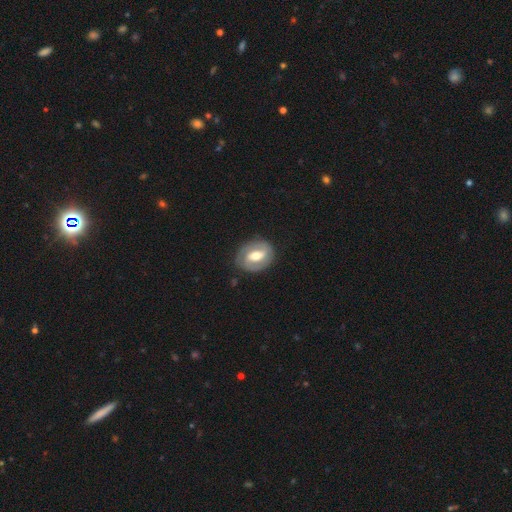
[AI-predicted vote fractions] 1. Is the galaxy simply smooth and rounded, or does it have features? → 73% featured or disk, 22% smooth, 5% star or artifact.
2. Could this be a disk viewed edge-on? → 96% no, 4% yes.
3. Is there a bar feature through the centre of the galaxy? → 41% weak, 39% strong, 20% no.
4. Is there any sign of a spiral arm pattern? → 80% yes, 20% no.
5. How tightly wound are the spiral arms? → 50% tight, 37% medium, 13% loose.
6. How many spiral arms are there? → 83% 2, 9% can't tell, 5% 1, 2% 3, 1% 4, 1% more than 4.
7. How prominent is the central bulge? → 69% moderate, 15% small, 14% large, 1% dominant, 1% none.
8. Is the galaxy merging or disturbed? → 82% none, 12% minor disturbance, 4% major disturbance, 1% merger.